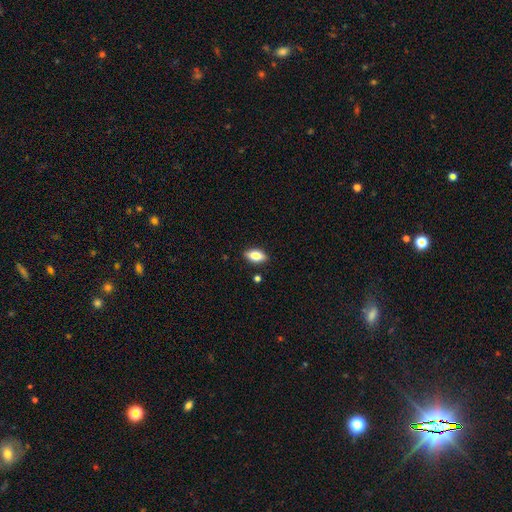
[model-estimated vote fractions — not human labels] smooth-or-featured: smooth: 77% | featured or disk: 16% | star or artifact: 7%
  how-rounded: in between: 87% | cigar-shaped: 9% | round: 4%
  merging: none: 87% | minor disturbance: 9% | major disturbance: 2% | merger: 2%